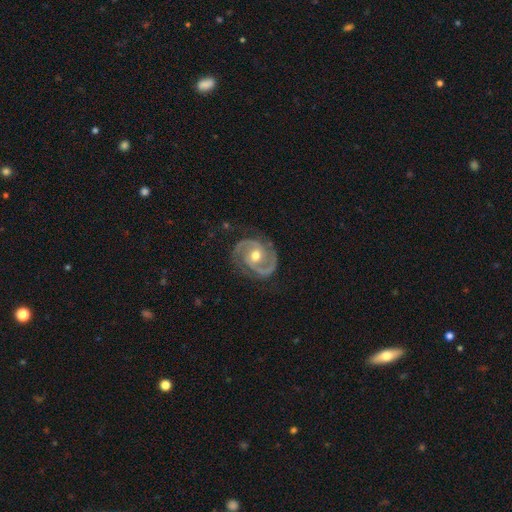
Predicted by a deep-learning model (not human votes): Morphology: type=featured or disk (91%); edge-on=no (98%); bar=no (61%); spiral arms=yes (98%); winding=medium (49%); arm count=2 (89%); bulge=moderate (78%); merging=none (77%).